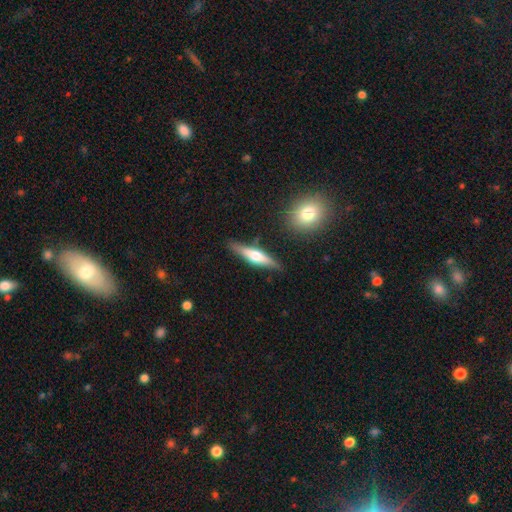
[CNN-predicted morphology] Q: Smooth or featured?
A: featured or disk (55%); runner-up: smooth (39%)
Q: Edge-on disk?
A: yes (94%); runner-up: no (6%)
Q: Edge-on bulge?
A: rounded (84%); runner-up: boxy (11%)
Q: Merging?
A: none (83%); runner-up: minor disturbance (12%)